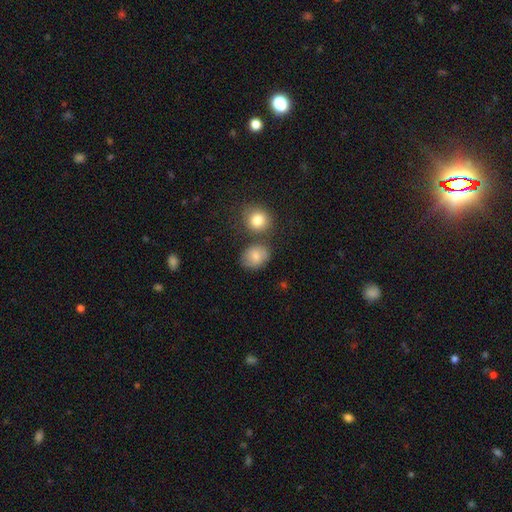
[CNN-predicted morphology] Overall: smooth (79%). How rounded: round (55%; in between 43%). Merging: none (66%).